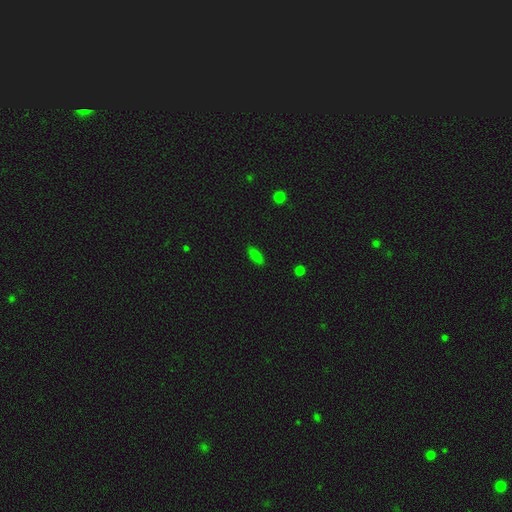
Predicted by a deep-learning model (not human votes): Smooth or featured: smooth — 82% (star or artifact — 12%)
How rounded: in between — 70% (cigar-shaped — 27%)
Merging: none — 86% (minor disturbance — 10%)